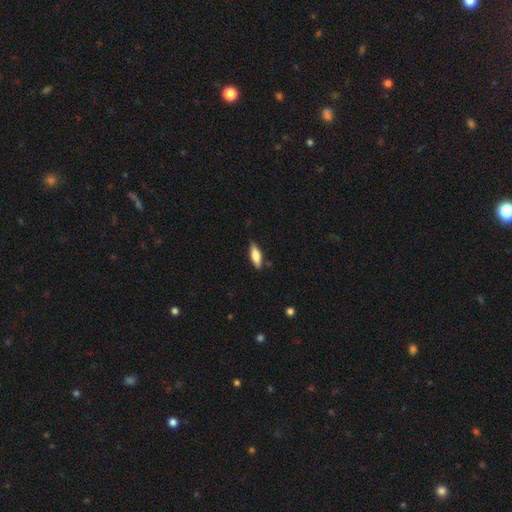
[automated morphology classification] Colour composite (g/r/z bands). It shows a smooth galaxy with no disk features (65%) that is in between round and cigar-shaped (58%). Merging: none (83%).